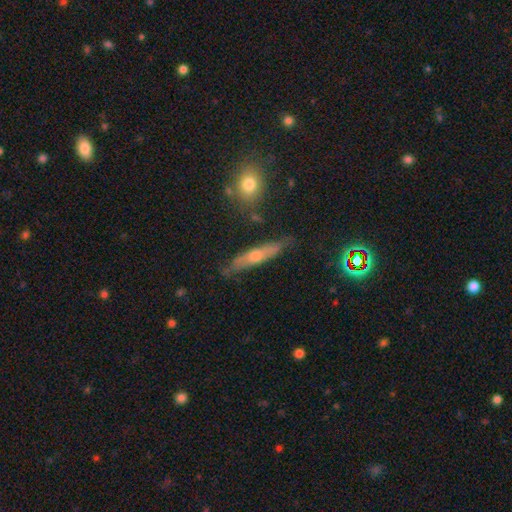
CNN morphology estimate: This is possibly a featured or disk galaxy (55%). It is clearly viewed edge-on (82%). Merging: likely none (76%).